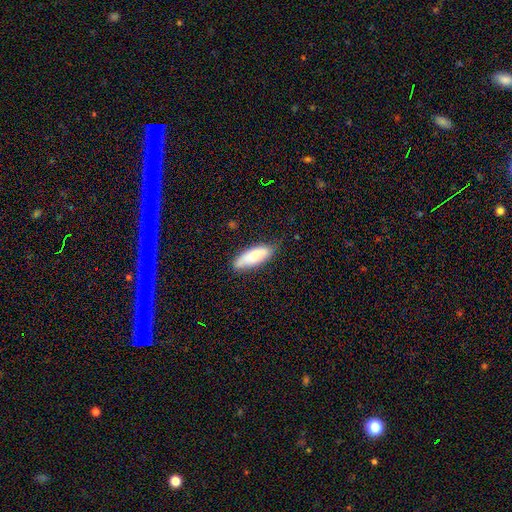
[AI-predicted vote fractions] Overall: smooth (77%). How rounded: in between (64%; cigar-shaped 34%). Merging: none (76%).